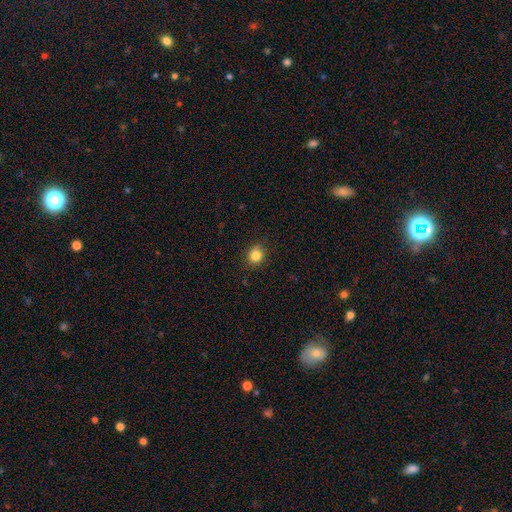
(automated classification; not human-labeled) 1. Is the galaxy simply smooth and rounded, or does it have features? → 83% smooth, 11% star or artifact, 6% featured or disk.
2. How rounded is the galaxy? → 80% round, 19% in between, 1% cigar-shaped.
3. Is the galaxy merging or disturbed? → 84% none, 12% minor disturbance, 3% major disturbance, 1% merger.